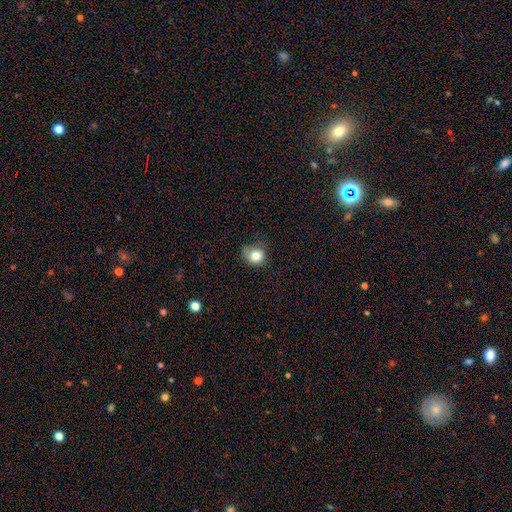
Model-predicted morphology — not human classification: Smooth or featured?
  - smooth: 80% *
  - star or artifact: 11%
  - featured or disk: 9%
How rounded?
  - round: 73% *
  - in between: 26%
  - cigar-shaped: 1%
Merging?
  - none: 51% *
  - minor disturbance: 35%
  - major disturbance: 12%
  - merger: 2%